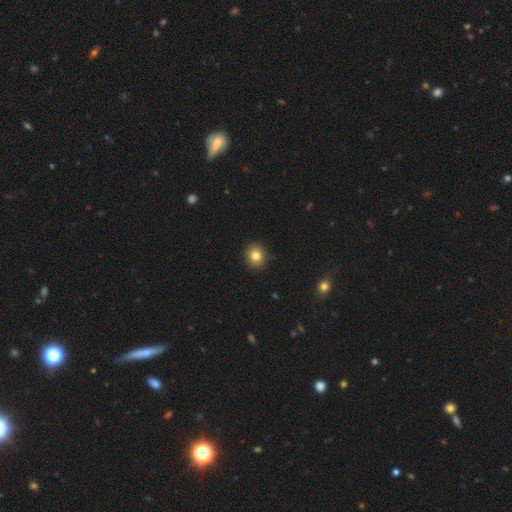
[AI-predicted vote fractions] Q: Smooth or featured?
A: smooth (82%); runner-up: star or artifact (11%)
Q: How rounded?
A: round (86%); runner-up: in between (13%)
Q: Merging?
A: none (91%); runner-up: minor disturbance (7%)